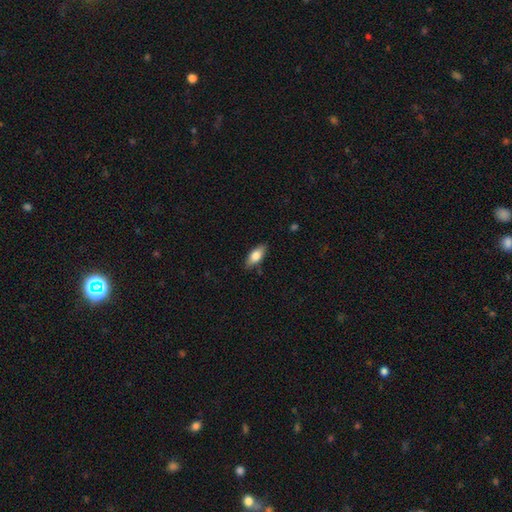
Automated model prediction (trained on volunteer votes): Smooth or featured? Predicted: smooth (p=0.76). How rounded? Predicted: in between (p=0.82). Merging? Predicted: none (p=0.84).